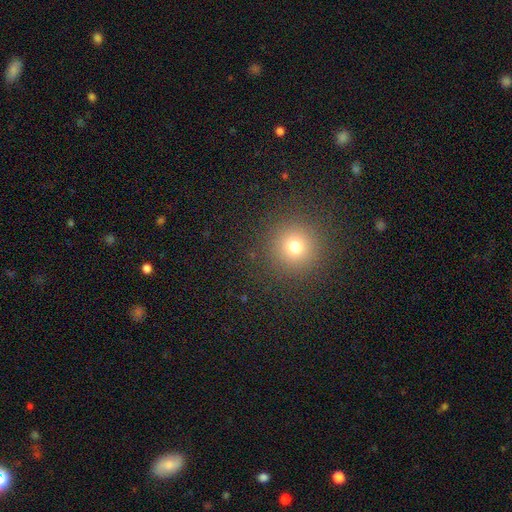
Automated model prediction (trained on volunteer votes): Morphology: type=smooth (69%); roundness=round (96%); merging=none (93%).